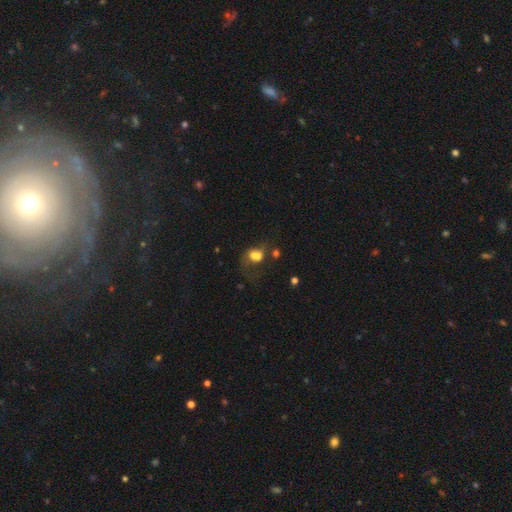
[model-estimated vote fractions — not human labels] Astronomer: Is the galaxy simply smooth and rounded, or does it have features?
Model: smooth — 65%.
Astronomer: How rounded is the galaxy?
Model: round — 52% (runner-up: in between, 47%).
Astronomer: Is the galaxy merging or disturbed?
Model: merger — 38% (runner-up: major disturbance, 26%).